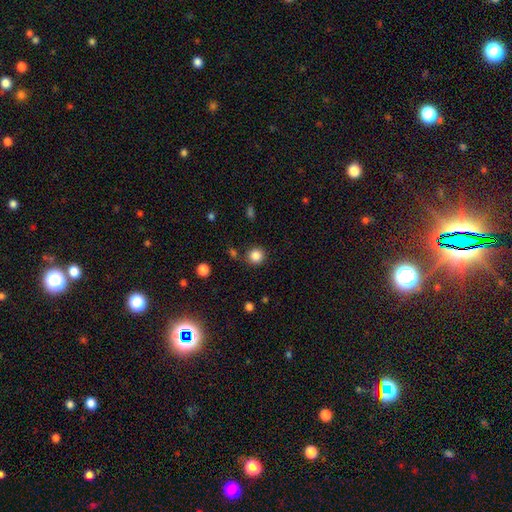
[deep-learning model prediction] Smooth or featured? Predicted: smooth (p=0.85). How rounded? Predicted: round (p=0.92). Merging? Predicted: none (p=0.84).